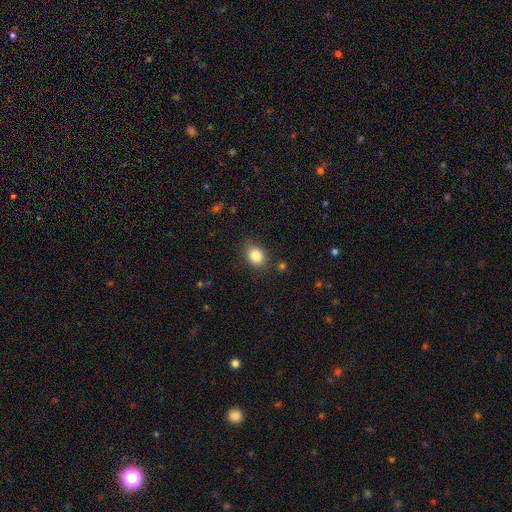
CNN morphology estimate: A smooth galaxy with no disk features (85%) that is in between round and cigar-shaped (66%). Merging: none (83%).